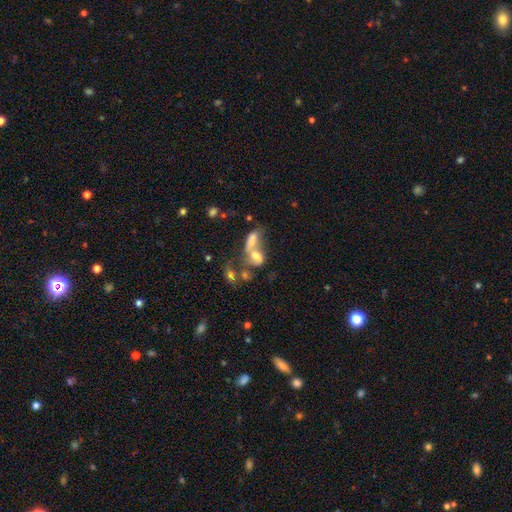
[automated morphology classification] smooth 55%, featured or disk 29%, star or artifact 16%. Down the decision tree: how rounded — in between (76%); merging — merger (66%).